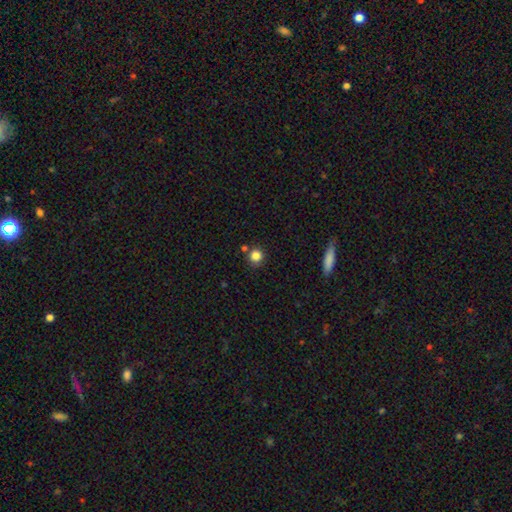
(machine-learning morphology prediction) Q: Smooth or featured?
A: smooth (83%); runner-up: star or artifact (11%)
Q: How rounded?
A: round (91%); runner-up: in between (8%)
Q: Merging?
A: none (78%); runner-up: minor disturbance (10%)